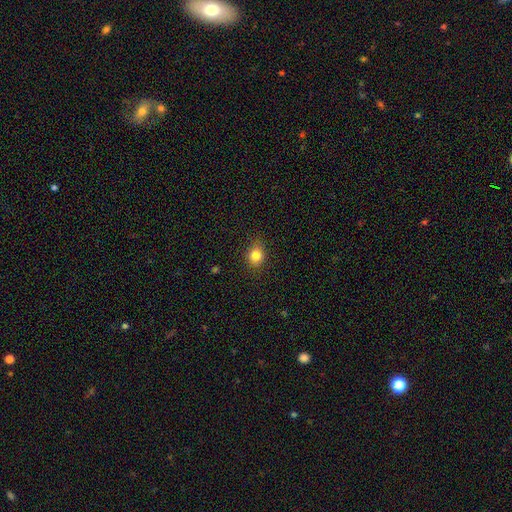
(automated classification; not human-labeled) This appears to be a smooth galaxy with no disk features (83%) that is round (68%). Merging: none (85%).